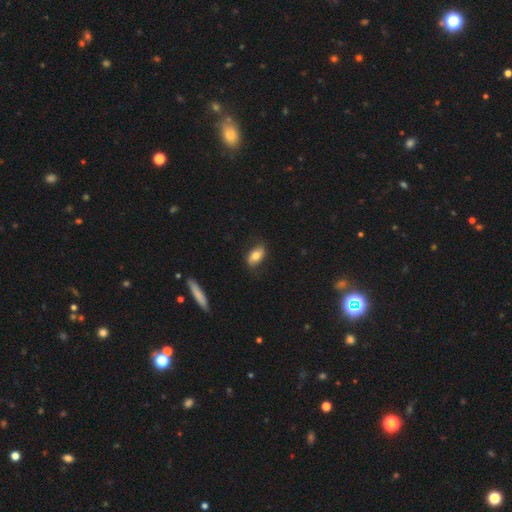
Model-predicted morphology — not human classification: smooth-or-featured: smooth: 75% | featured or disk: 18% | star or artifact: 7%
  how-rounded: in between: 89% | round: 6% | cigar-shaped: 5%
  merging: none: 79% | minor disturbance: 16% | major disturbance: 4% | merger: 1%